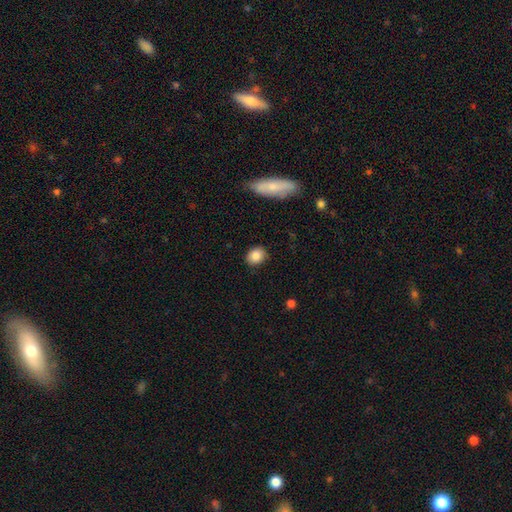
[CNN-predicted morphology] A smooth galaxy with no disk features (85%) that is round (50%).

Vote fractions:
- Smooth or featured? smooth: 85% / star or artifact: 9% / featured or disk: 7%
- How rounded? round: 50% / in between: 49% / cigar-shaped: 1%
- Merging? none: 87% / minor disturbance: 9% / major disturbance: 2% / merger: 1%